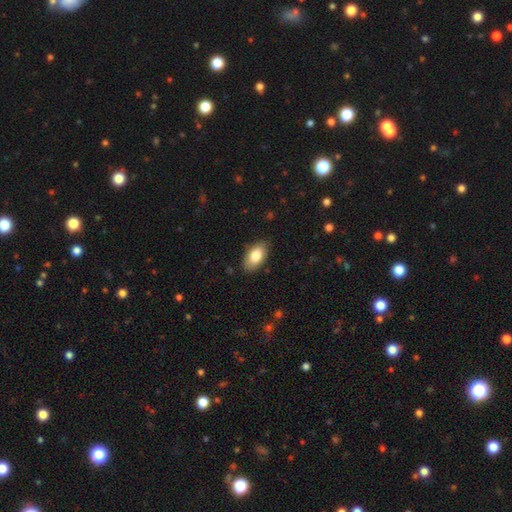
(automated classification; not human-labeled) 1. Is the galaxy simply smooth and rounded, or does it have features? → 80% smooth, 13% featured or disk, 7% star or artifact.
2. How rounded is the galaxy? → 94% in between, 4% round, 3% cigar-shaped.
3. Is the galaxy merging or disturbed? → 86% none, 11% minor disturbance, 2% major disturbance, 1% merger.